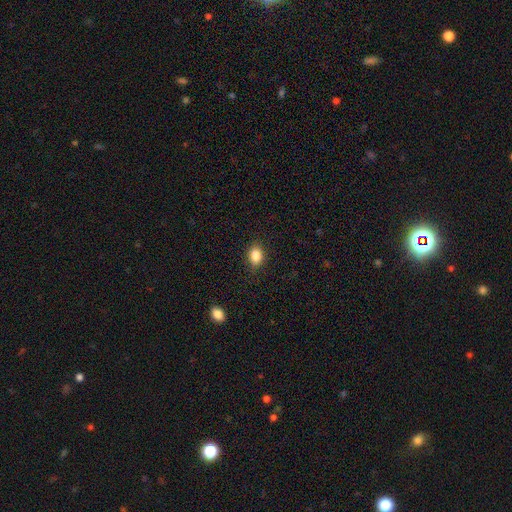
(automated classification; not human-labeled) Smooth or featured: smooth — 85% (star or artifact — 9%)
How rounded: in between — 70% (round — 29%)
Merging: none — 87% (minor disturbance — 10%)